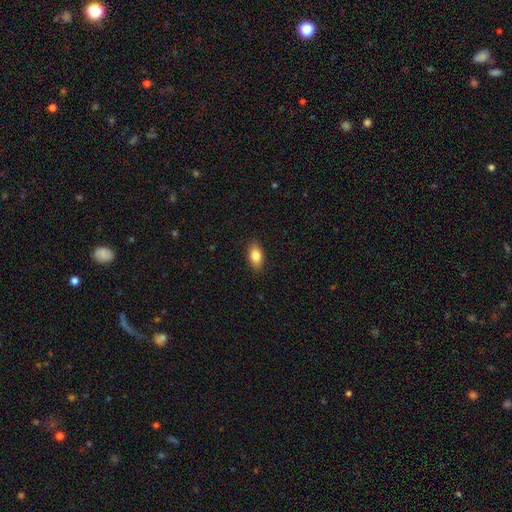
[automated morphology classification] smooth-or-featured: smooth: 82% | featured or disk: 11% | star or artifact: 7%
  how-rounded: in between: 89% | round: 6% | cigar-shaped: 5%
  merging: none: 89% | minor disturbance: 9% | major disturbance: 2% | merger: 1%